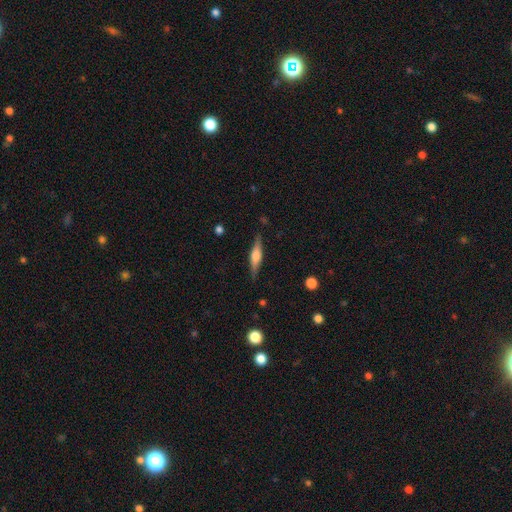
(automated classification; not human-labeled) Morphology: type=featured or disk (60%); edge-on=yes (96%); edge-on bulge=rounded (80%); merging=none (87%).